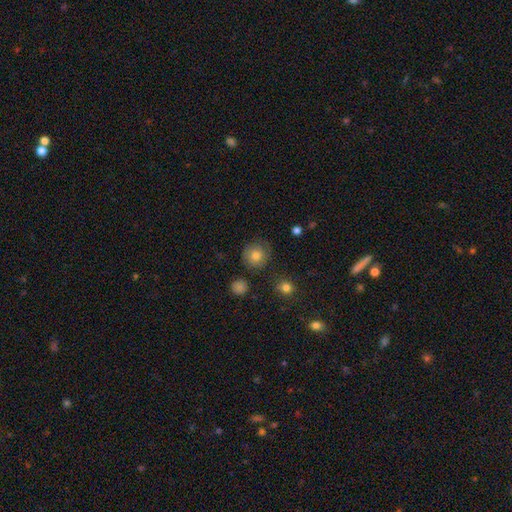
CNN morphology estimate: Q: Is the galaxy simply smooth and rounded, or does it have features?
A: smooth — 77%.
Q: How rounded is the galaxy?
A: round — 92%.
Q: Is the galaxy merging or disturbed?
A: none — 77%.